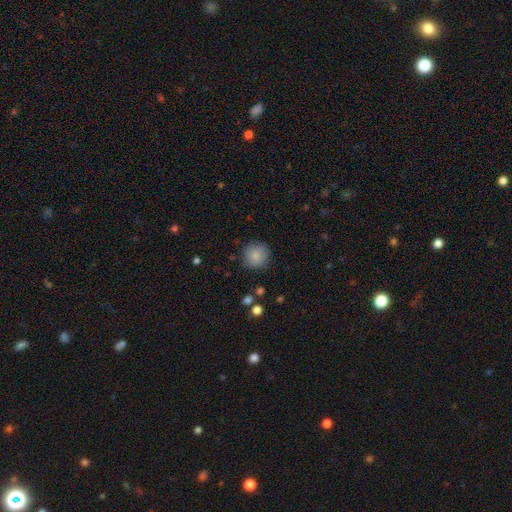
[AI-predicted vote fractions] Smooth or featured?
  - smooth: 85% *
  - star or artifact: 9%
  - featured or disk: 7%
How rounded?
  - round: 94% *
  - in between: 5%
  - cigar-shaped: 1%
Merging?
  - none: 87% *
  - minor disturbance: 9%
  - major disturbance: 3%
  - merger: 1%